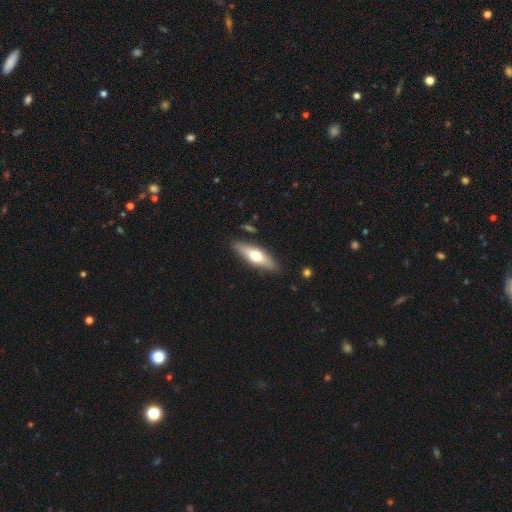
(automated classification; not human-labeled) Q: Smooth or featured?
A: smooth (55%); runner-up: featured or disk (39%)
Q: How rounded?
A: cigar-shaped (54%); runner-up: in between (44%)
Q: Merging?
A: none (85%); runner-up: minor disturbance (11%)